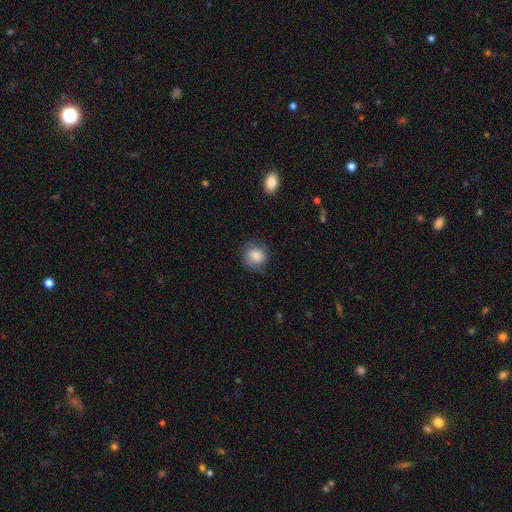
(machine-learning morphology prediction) This appears to be a smooth galaxy with no disk features (81%) that is round (74%). Merging: none (72%).